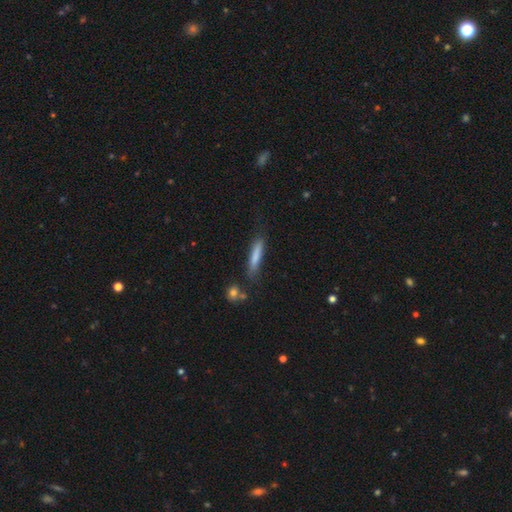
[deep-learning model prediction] Q: Smooth or featured?
A: smooth (79%); runner-up: featured or disk (15%)
Q: How rounded?
A: cigar-shaped (88%); runner-up: in between (11%)
Q: Merging?
A: none (77%); runner-up: minor disturbance (16%)